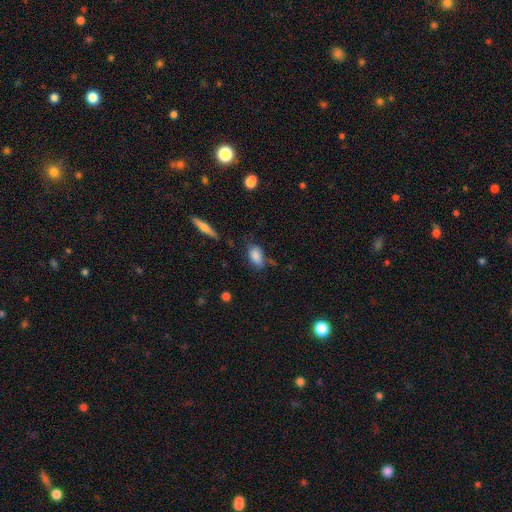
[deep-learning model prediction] Smooth or featured? Predicted: smooth (p=0.83). How rounded? Predicted: in between (p=0.89). Merging? Predicted: none (p=0.59).